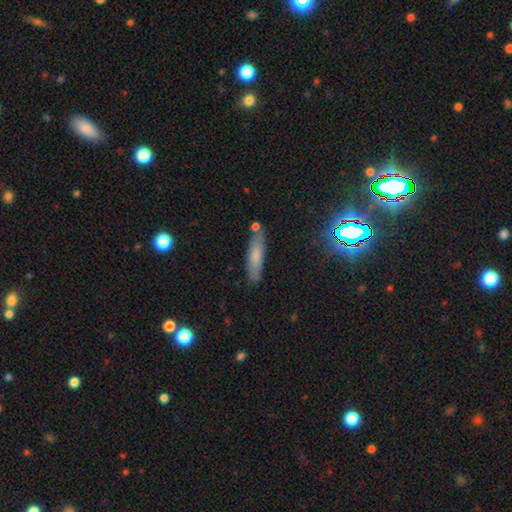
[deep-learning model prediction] The model was most divided on "smooth or featured": smooth: 66%, featured or disk: 22%, star or artifact: 12%. More confident: merging — none (77%); how rounded — cigar-shaped (73%).